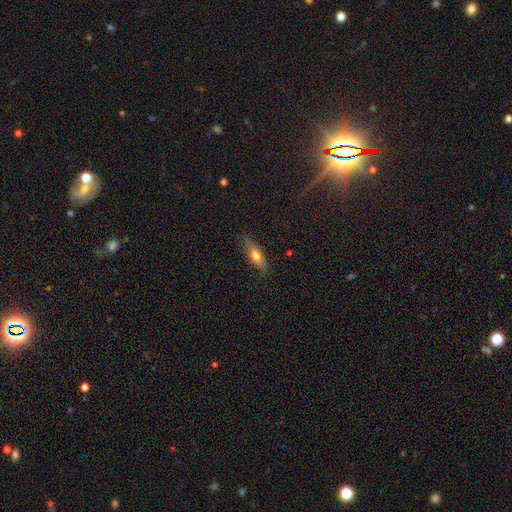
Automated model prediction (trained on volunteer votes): The model was most divided on "how rounded": in between: 50%, cigar-shaped: 47%, round: 3%. More confident: merging — none (81%); smooth or featured — smooth (61%).